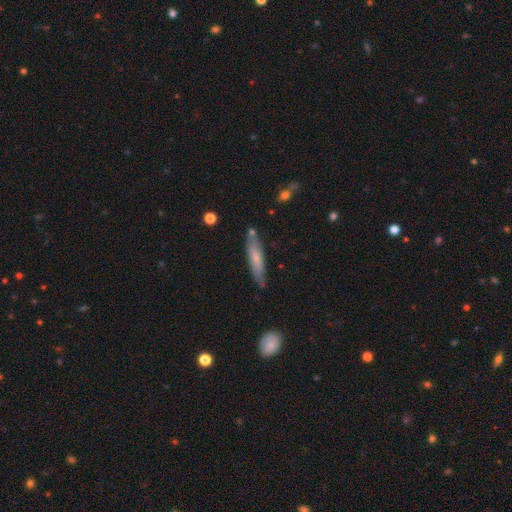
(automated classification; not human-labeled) This appears to be a smooth galaxy with no disk features (58%) that is cigar-shaped (87%). Merging: none (77%).